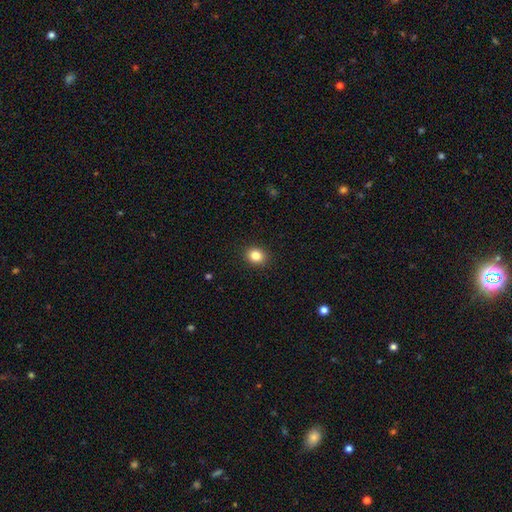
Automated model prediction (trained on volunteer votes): A smooth galaxy with no disk features (85%) that is round (67%). Merging: none (91%).